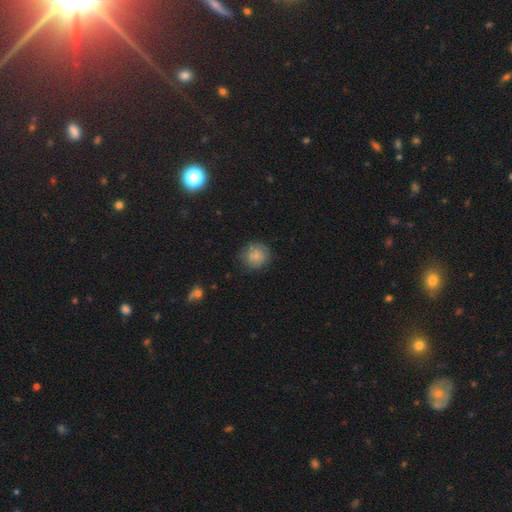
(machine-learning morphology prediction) Smooth or featured? Predicted: smooth (p=0.81). How rounded? Predicted: round (p=0.90). Merging? Predicted: none (p=0.82).